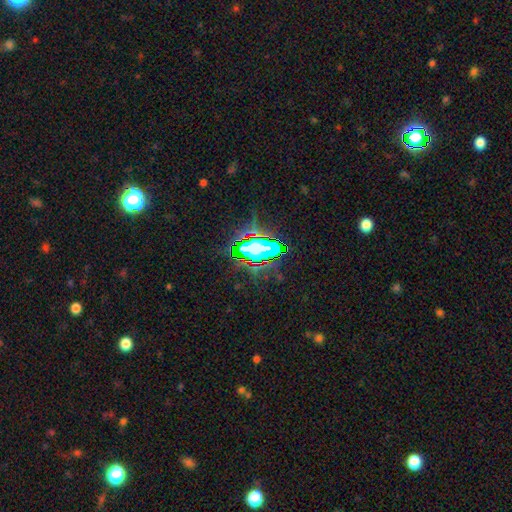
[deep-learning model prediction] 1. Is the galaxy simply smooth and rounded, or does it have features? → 60% star or artifact, 22% smooth, 18% featured or disk.